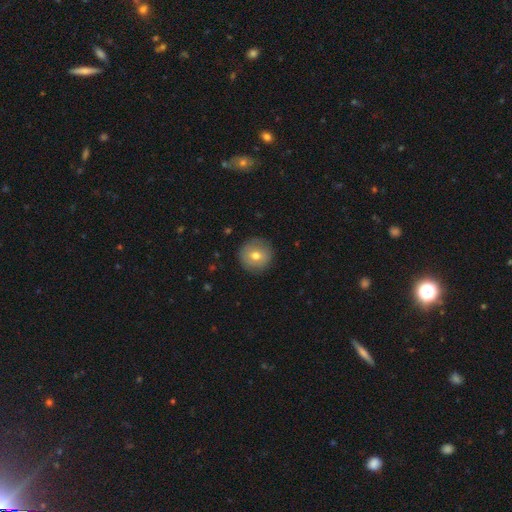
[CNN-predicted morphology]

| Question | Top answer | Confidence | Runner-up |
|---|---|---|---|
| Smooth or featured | smooth | 69% | featured or disk (22%) |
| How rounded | round | 94% | in between (5%) |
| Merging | none | 88% | minor disturbance (8%) |